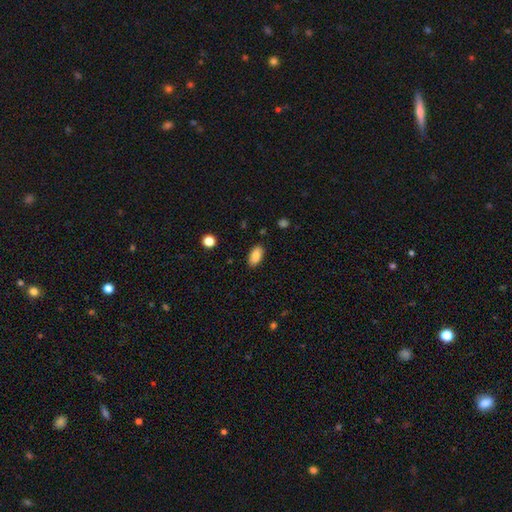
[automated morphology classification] Smooth or featured: smooth — 87% (star or artifact — 8%)
How rounded: in between — 92% (cigar-shaped — 4%)
Merging: none — 87% (minor disturbance — 9%)